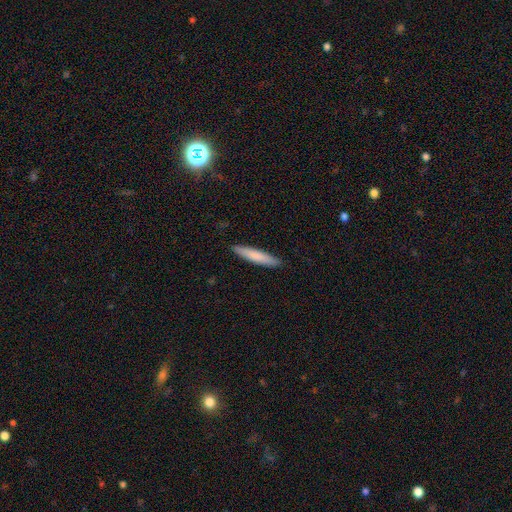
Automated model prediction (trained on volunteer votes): This is likely a smooth galaxy (79%). How rounded: clearly cigar-shaped (91%). Merging: clearly none (90%).